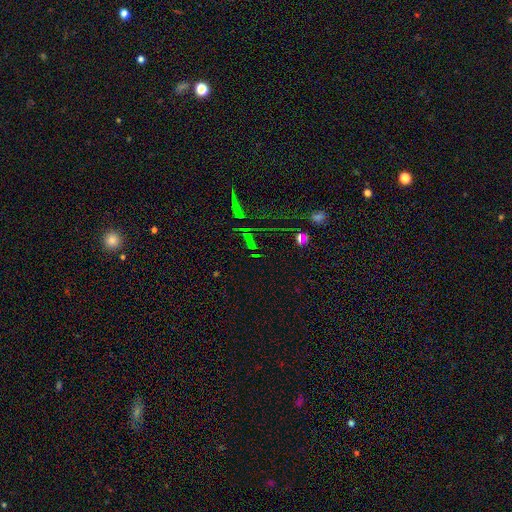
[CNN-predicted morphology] This appears to be a star or artifact, not a galaxy (71%).